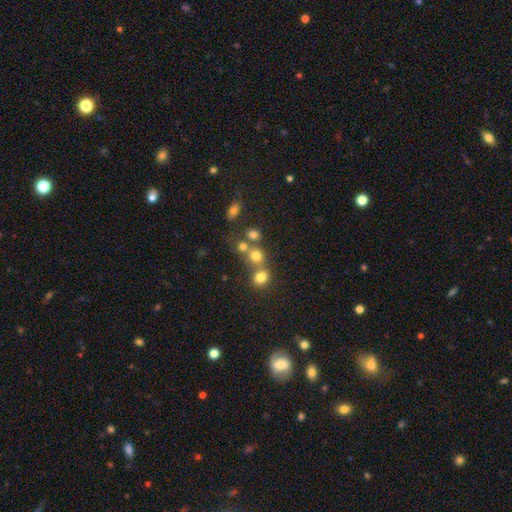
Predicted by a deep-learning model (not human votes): smooth_or_featured: smooth (p=0.73) [alt: star or artifact p=0.16]
how_rounded: round (p=0.82) [alt: in between p=0.17]
merging: none (p=0.49) [alt: merger p=0.39]